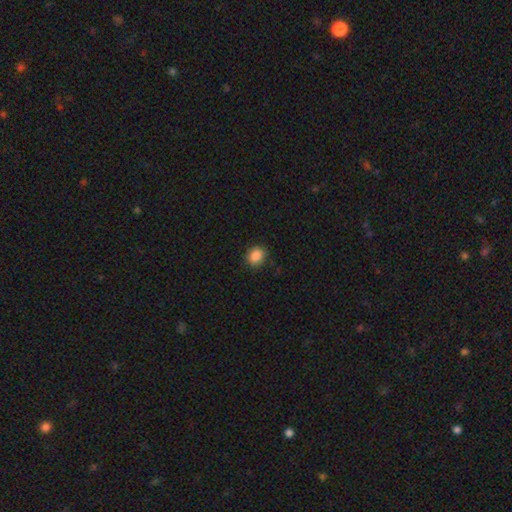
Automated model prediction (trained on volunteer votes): Q: Smooth or featured?
A: smooth (88%); runner-up: star or artifact (9%)
Q: How rounded?
A: round (59%); runner-up: in between (40%)
Q: Merging?
A: none (82%); runner-up: minor disturbance (14%)